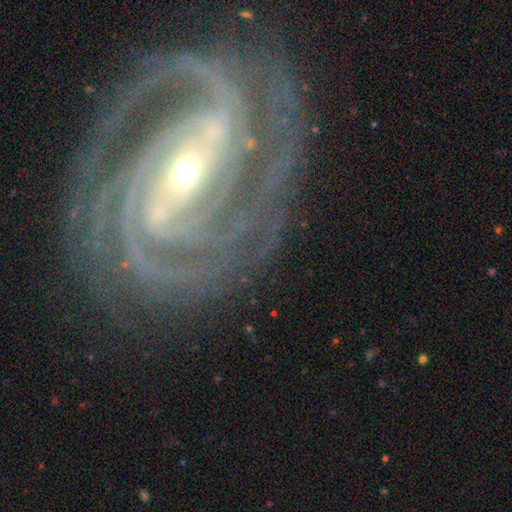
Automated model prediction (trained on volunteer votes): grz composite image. It shows a featured or disk galaxy (92%) with a strong bar (52%), 3 (27%) tight (76%) spiral arms (99%) and a small central bulge (66%). Merging: none (78%).